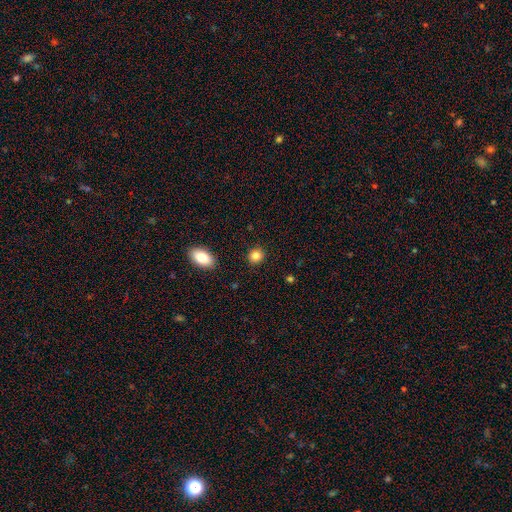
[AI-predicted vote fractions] A smooth galaxy with no disk features (85%) that is round (77%).

Vote fractions:
- Smooth or featured? smooth: 85% / star or artifact: 10% / featured or disk: 5%
- How rounded? round: 77% / in between: 22% / cigar-shaped: 1%
- Merging? none: 90% / minor disturbance: 6% / major disturbance: 2% / merger: 2%